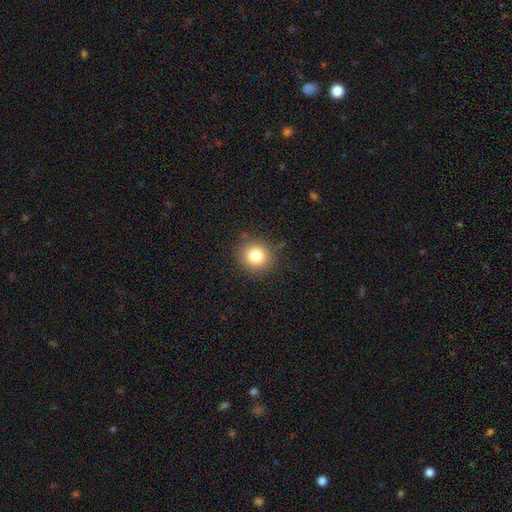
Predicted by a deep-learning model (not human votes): smooth-or-featured: smooth: 80% | star or artifact: 12% | featured or disk: 8%
  how-rounded: round: 90% | in between: 9% | cigar-shaped: 1%
  merging: none: 86% | minor disturbance: 10% | major disturbance: 3% | merger: 1%